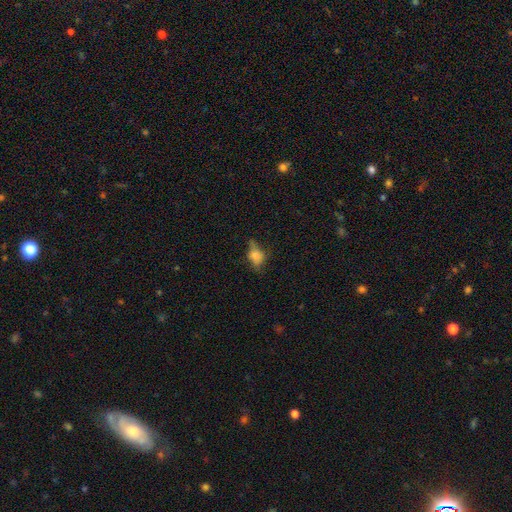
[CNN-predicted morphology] Smooth or featured? smooth (67%)
How rounded? in between (70%)
Merging? none (48%)